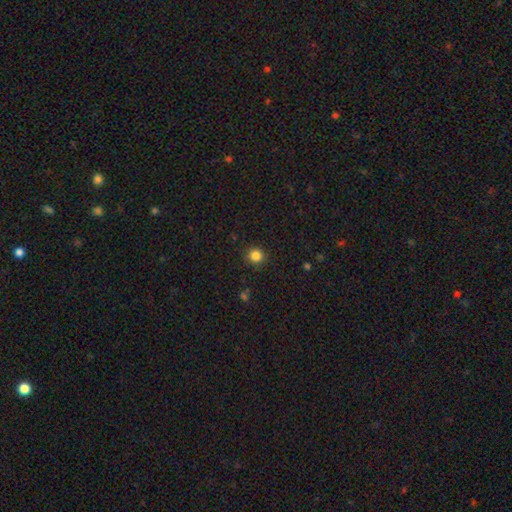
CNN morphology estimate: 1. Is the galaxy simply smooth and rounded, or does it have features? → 84% smooth, 12% star or artifact, 4% featured or disk.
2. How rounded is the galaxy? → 91% round, 8% in between, 1% cigar-shaped.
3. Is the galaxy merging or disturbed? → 90% none, 7% minor disturbance, 2% major disturbance, 1% merger.